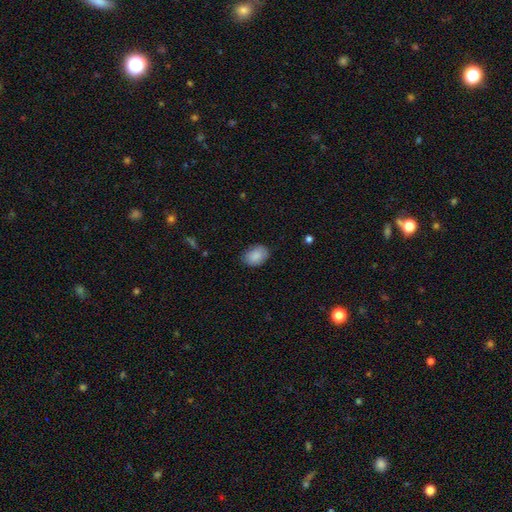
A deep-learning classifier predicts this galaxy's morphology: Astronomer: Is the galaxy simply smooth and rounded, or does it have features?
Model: smooth — 88%.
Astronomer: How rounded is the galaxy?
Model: in between — 82%.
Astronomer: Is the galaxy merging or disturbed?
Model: none — 80%.